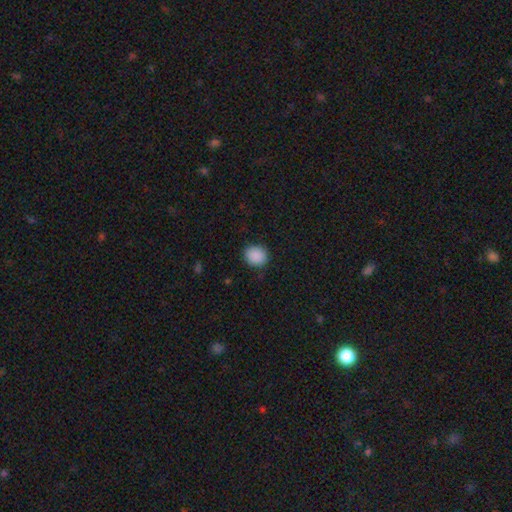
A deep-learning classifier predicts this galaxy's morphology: smooth 90%, star or artifact 8%, featured or disk 3%. Down the decision tree: how rounded — round (74%); merging — none (88%).